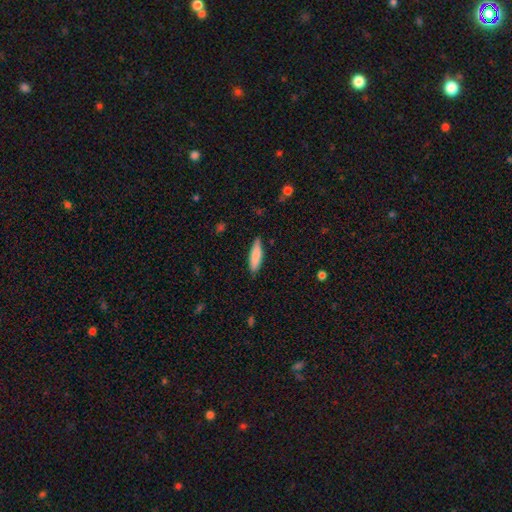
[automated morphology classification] type=smooth (83%); roundness=cigar-shaped (60%); merging=none (83%).